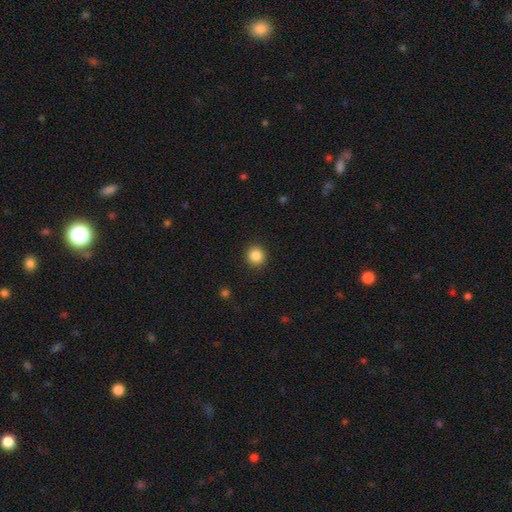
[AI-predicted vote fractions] Smooth or featured? smooth (86%)
How rounded? round (90%)
Merging? none (92%)